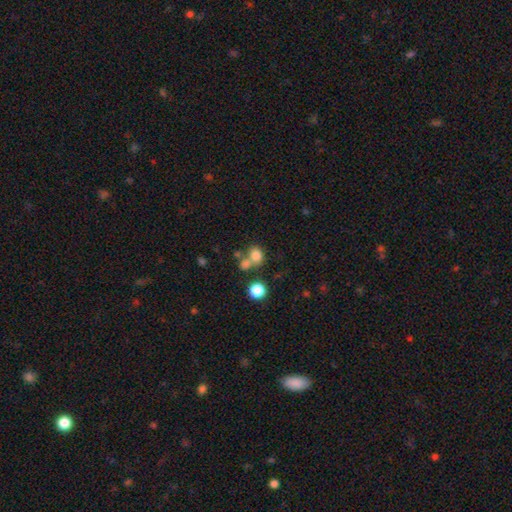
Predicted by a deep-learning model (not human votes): smooth_or_featured: smooth (p=0.77) [alt: star or artifact p=0.13]
how_rounded: round (p=0.61) [alt: in between p=0.38]
merging: none (p=0.47) [alt: merger p=0.38]